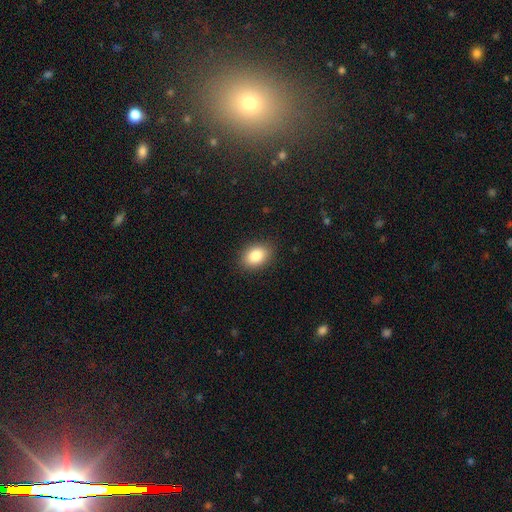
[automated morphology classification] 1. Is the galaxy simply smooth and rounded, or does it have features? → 86% smooth, 8% star or artifact, 6% featured or disk.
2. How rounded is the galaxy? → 79% in between, 19% round, 1% cigar-shaped.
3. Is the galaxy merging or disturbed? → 88% none, 9% minor disturbance, 2% major disturbance, 1% merger.